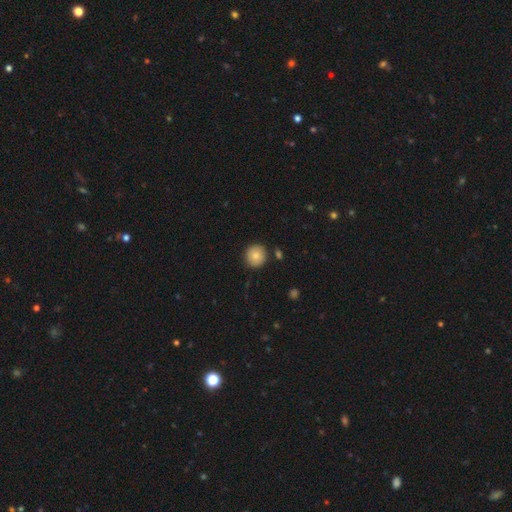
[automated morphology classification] Smooth or featured? smooth (82%)
How rounded? round (93%)
Merging? none (88%)